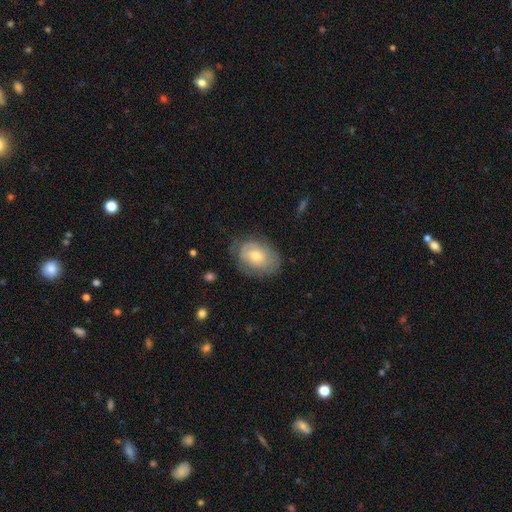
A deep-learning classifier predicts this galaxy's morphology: smooth-or-featured: smooth: 57% | featured or disk: 36% | star or artifact: 7%
  how-rounded: in between: 72% | round: 27% | cigar-shaped: 1%
  merging: none: 62% | minor disturbance: 26% | major disturbance: 11% | merger: 1%